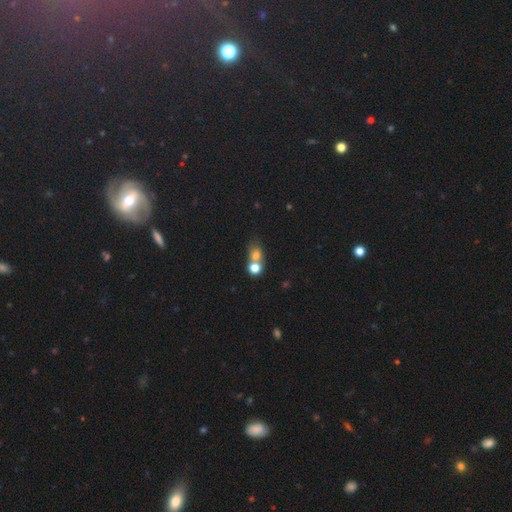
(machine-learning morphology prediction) Smooth or featured: smooth — 72% (star or artifact — 15%)
How rounded: round — 61% (in between — 37%)
Merging: merger — 52% (none — 35%)